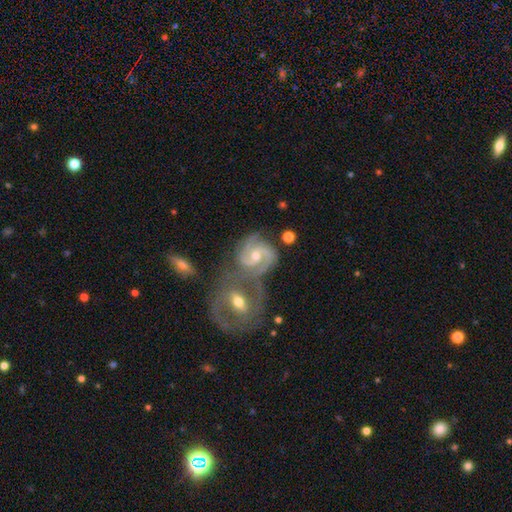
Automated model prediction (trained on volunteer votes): A featured or disk galaxy (90%) with a weak bar (45%), 2 (70%) medium (52%) spiral arms (98%) and a moderate central bulge (58%).

Vote fractions:
- Smooth or featured? featured or disk: 90% / smooth: 5% / star or artifact: 5%
- Edge-on disk? no: 97% / yes: 3%
- Bar? weak: 45% / no: 39% / strong: 17%
- Spiral arms? yes: 98% / no: 2%
- Spiral winding? medium: 52% / tight: 39% / loose: 9%
- Spiral arm count? 2: 70% / 3: 17% / can't tell: 6% / 4: 2% / 1: 2% / more than 4: 2%
- Bulge size? moderate: 58% / small: 37% / large: 2% / none: 2% / dominant: 1%
- Merging? merger: 41% / none: 39% / minor disturbance: 13% / major disturbance: 6%